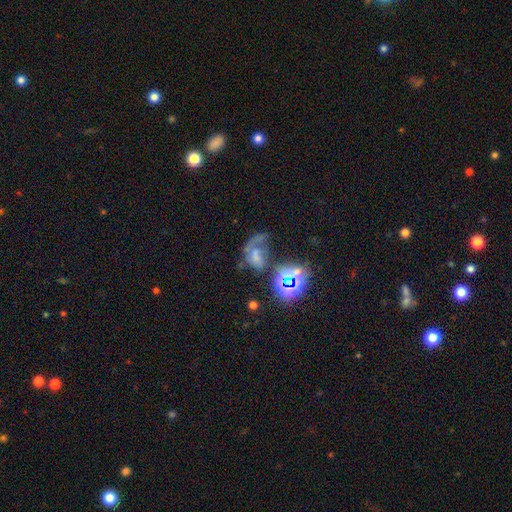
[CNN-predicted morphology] Smooth or featured?
  - featured or disk: 41% *
  - star or artifact: 38%
  - smooth: 21%
Merging?
  - major disturbance: 37% *
  - none: 29%
  - merger: 18%
  - minor disturbance: 16%